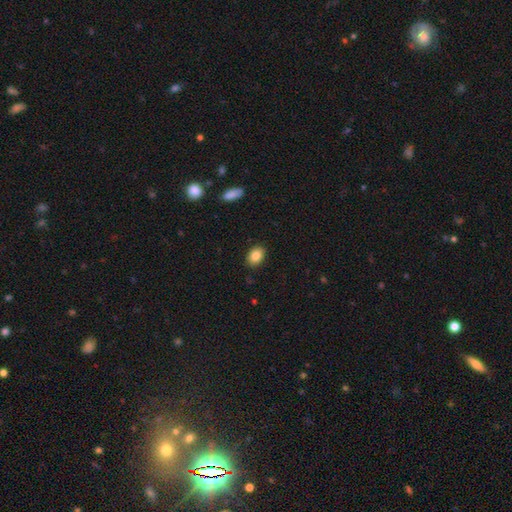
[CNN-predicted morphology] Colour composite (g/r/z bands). It shows a smooth galaxy with no disk features (85%) that is in between round and cigar-shaped (77%). Merging: none (88%).